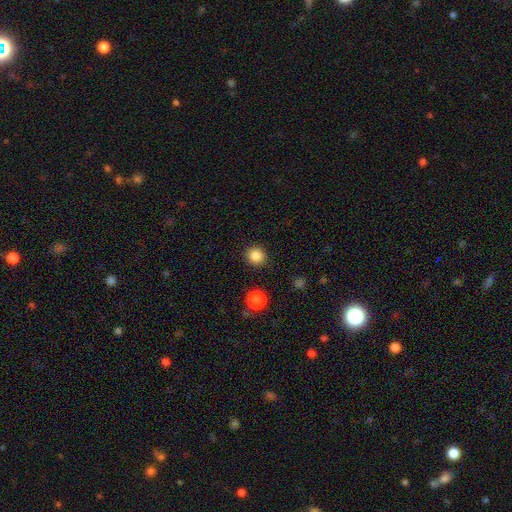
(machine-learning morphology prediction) This appears to be a smooth galaxy with no disk features (85%) that is round (91%). Merging: none (90%).